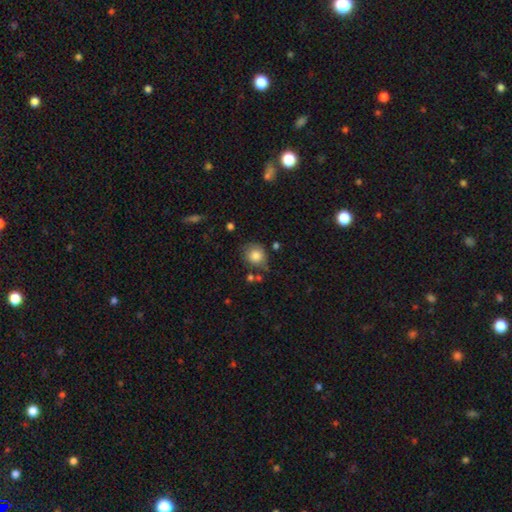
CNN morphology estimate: Smooth or featured? smooth (83%)
How rounded? round (80%)
Merging? none (65%)